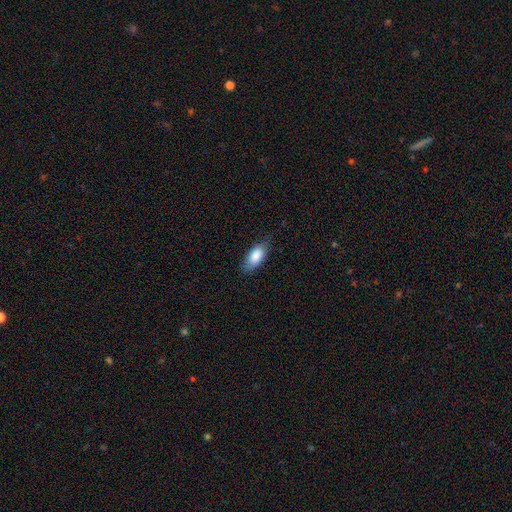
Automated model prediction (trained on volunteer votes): smooth_or_featured: smooth (p=0.84) [alt: featured or disk p=0.10]
how_rounded: in between (p=0.88) [alt: cigar-shaped p=0.09]
merging: none (p=0.76) [alt: minor disturbance p=0.20]